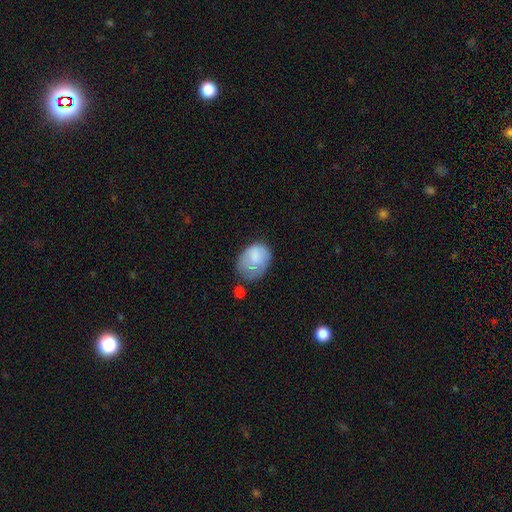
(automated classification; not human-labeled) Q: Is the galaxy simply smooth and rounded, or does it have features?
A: smooth — 76%.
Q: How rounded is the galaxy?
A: in between — 66%.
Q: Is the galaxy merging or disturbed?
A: none — 37%, tied with minor disturbance.